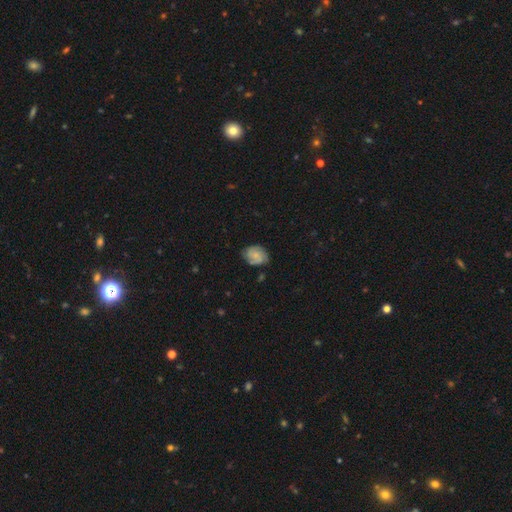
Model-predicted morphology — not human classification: Smooth or featured? featured or disk (47%)
Merging? none (68%)